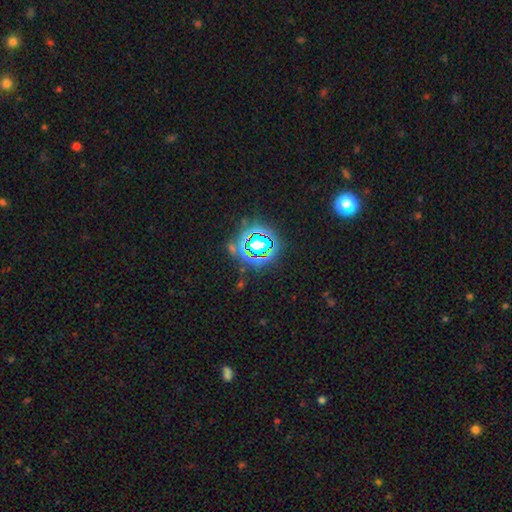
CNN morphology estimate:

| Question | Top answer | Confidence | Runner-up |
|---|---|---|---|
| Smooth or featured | star or artifact | 79% | smooth (13%) |